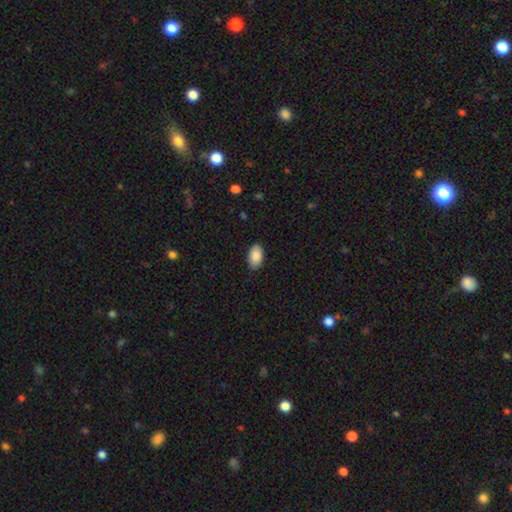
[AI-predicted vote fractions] This is clearly a smooth galaxy (89%). How rounded: clearly in between (94%). Merging: clearly none (86%).